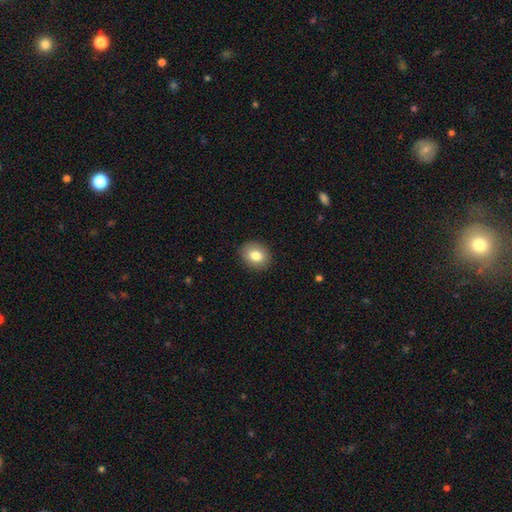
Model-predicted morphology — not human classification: A smooth galaxy with no disk features (81%) that is round (52%). Merging: none (89%).